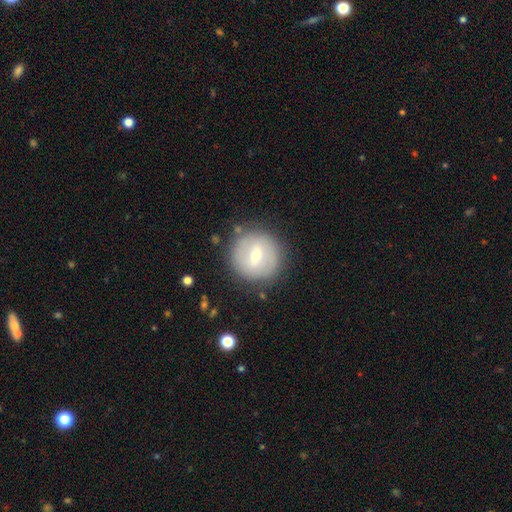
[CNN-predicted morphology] smooth-or-featured: smooth: 49% | featured or disk: 43% | star or artifact: 8%
  merging: none: 82% | minor disturbance: 11% | major disturbance: 4% | merger: 2%